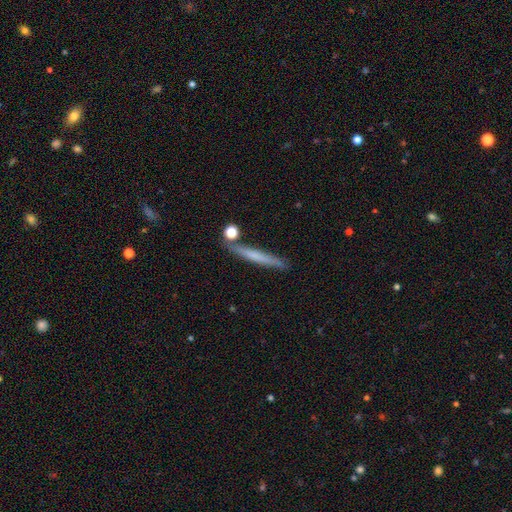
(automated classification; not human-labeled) Smooth or featured? smooth (53%)
How rounded? cigar-shaped (95%)
Merging? none (81%)